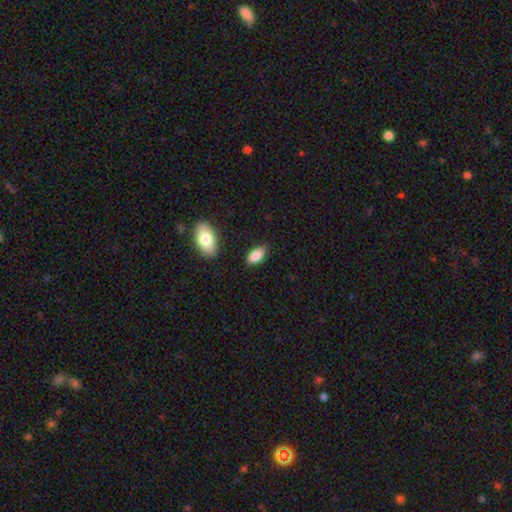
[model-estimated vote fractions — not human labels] Overall: smooth (85%). How rounded: in between (93%). Merging: none (77%).